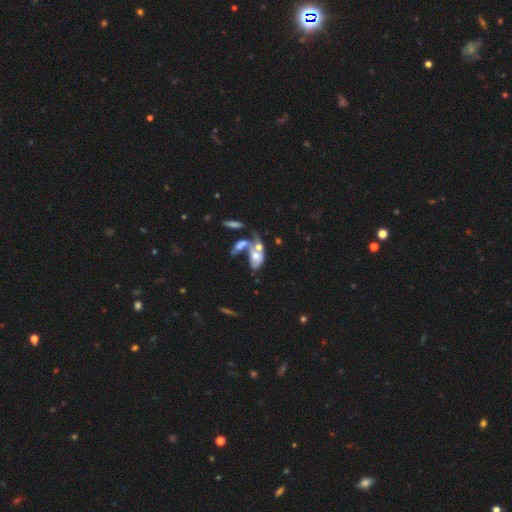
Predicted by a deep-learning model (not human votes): This appears to be a featured or disk galaxy (45%). Merging: merger (60%).